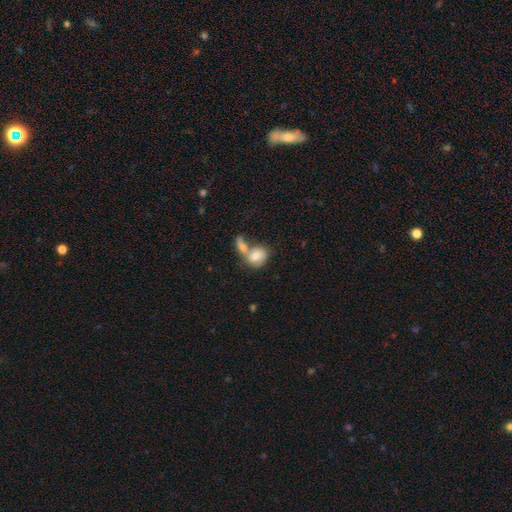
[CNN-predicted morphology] This appears to be a smooth galaxy with no disk features (75%) that is in between round and cigar-shaped (54%). Merging: merger (61%).